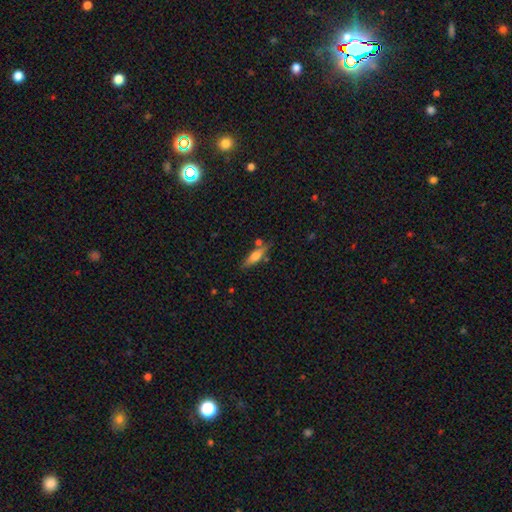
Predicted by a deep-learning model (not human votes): Smooth or featured: smooth — 58% (featured or disk — 35%)
How rounded: cigar-shaped — 63% (in between — 34%)
Merging: none — 72% (minor disturbance — 15%)